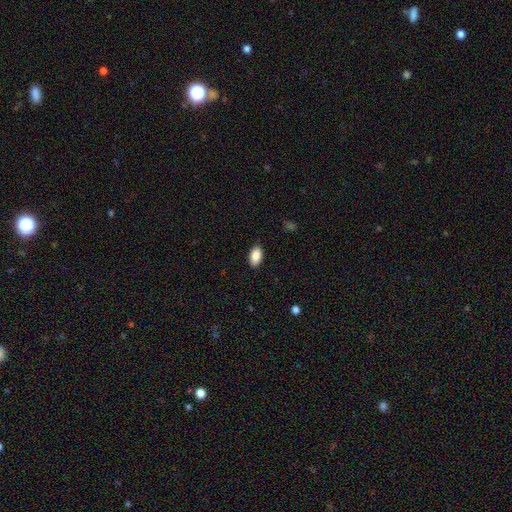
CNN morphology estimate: This appears to be a smooth galaxy with no disk features (89%) that is in between round and cigar-shaped (94%). Merging: none (87%).